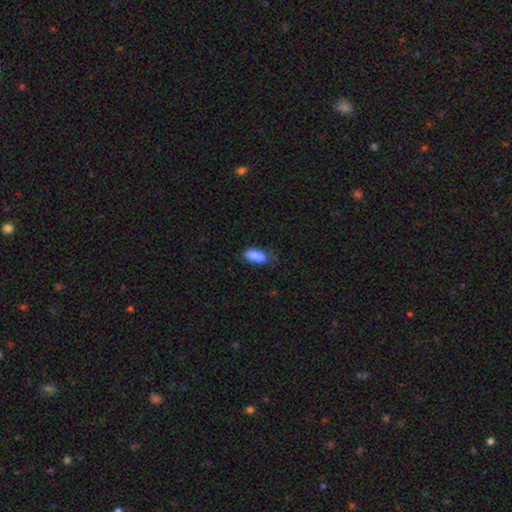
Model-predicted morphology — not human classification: The model was most divided on "merging": none: 52%, minor disturbance: 31%, major disturbance: 10%, merger: 7%. More confident: how rounded — in between (87%); smooth or featured — smooth (83%).